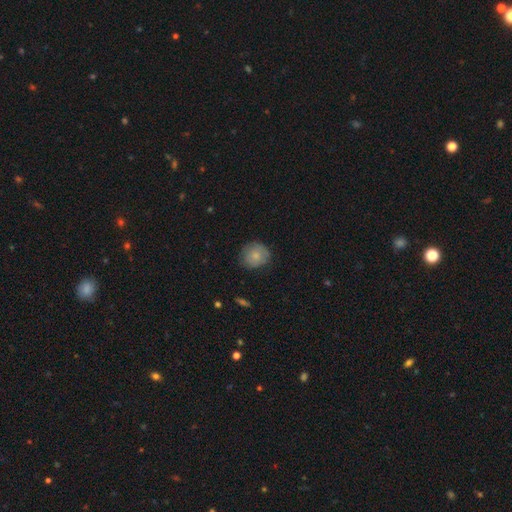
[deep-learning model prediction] The model was most divided on "merging": none: 74%, minor disturbance: 21%, major disturbance: 4%, merger: 1%. More confident: how rounded — round (83%); smooth or featured — smooth (77%).